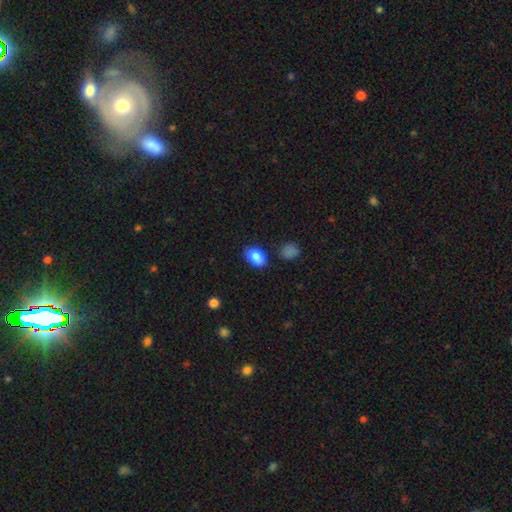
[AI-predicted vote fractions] Smooth or featured?
  - smooth: 87% *
  - star or artifact: 8%
  - featured or disk: 5%
How rounded?
  - in between: 86% *
  - round: 12%
  - cigar-shaped: 1%
Merging?
  - none: 80% *
  - minor disturbance: 13%
  - merger: 3%
  - major disturbance: 3%